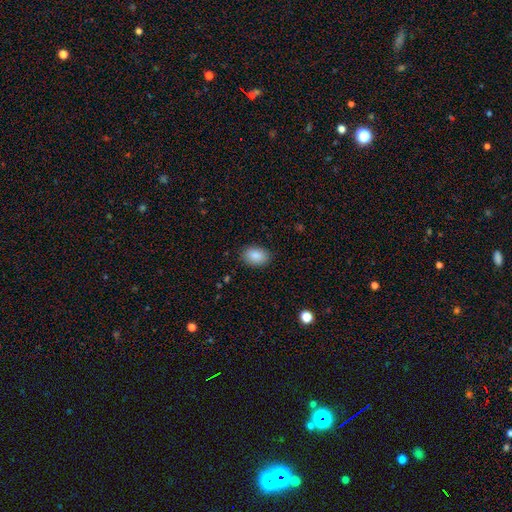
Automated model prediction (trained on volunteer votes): A smooth galaxy with no disk features (88%) that is in between round and cigar-shaped (86%).

Vote fractions:
- Smooth or featured? smooth: 88% / star or artifact: 7% / featured or disk: 5%
- How rounded? in between: 86% / round: 13% / cigar-shaped: 1%
- Merging? none: 87% / minor disturbance: 9% / major disturbance: 2% / merger: 1%